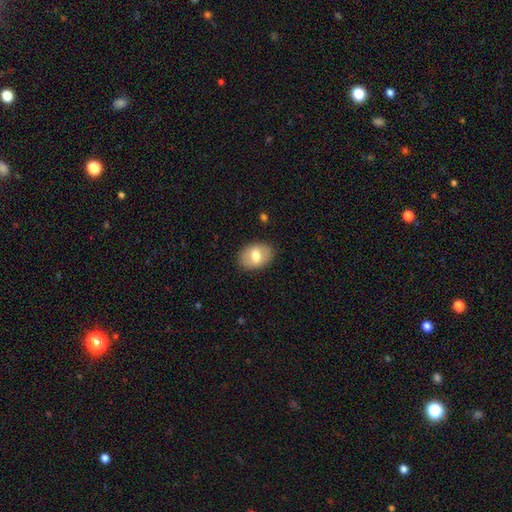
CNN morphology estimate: This appears to be a smooth galaxy with no disk features (65%) that is in between round and cigar-shaped (79%). Merging: none (85%).